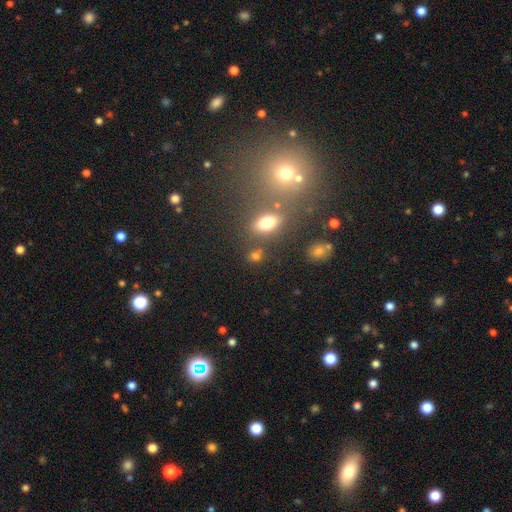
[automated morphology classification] Smooth or featured? smooth (72%)
How rounded? in between (54%)
Merging? none (63%)